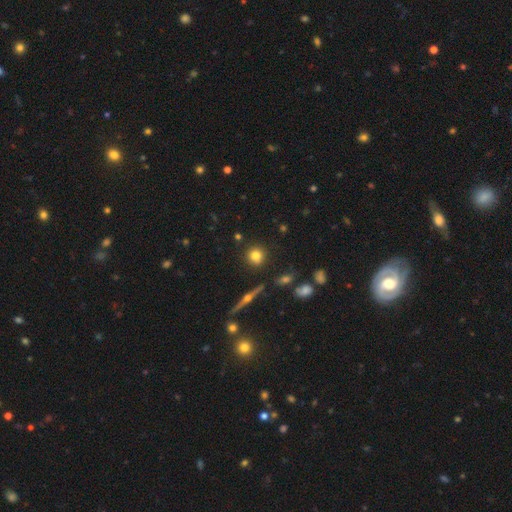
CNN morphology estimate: This is likely a smooth galaxy (76%). How rounded: clearly round (90%). Merging: clearly none (88%).